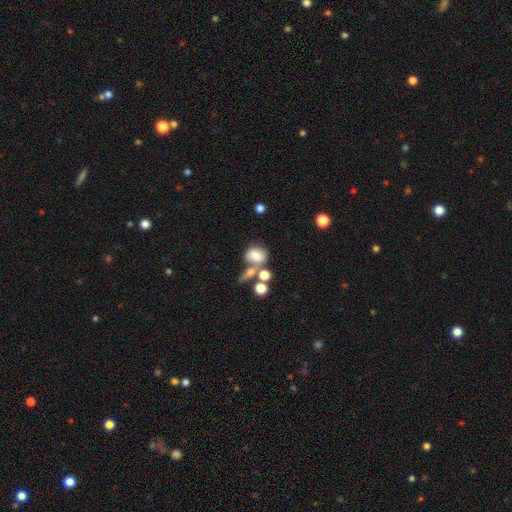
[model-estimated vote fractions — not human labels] The model was most divided on "how rounded": in between: 50%, round: 49%, cigar-shaped: 2%. Remaining: smooth or featured — smooth (68%); merging — merger (39%).